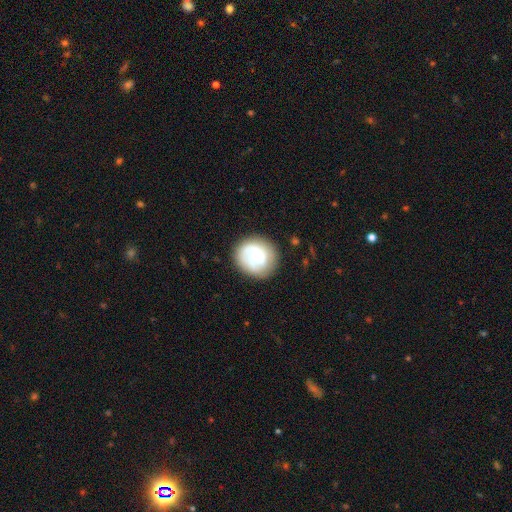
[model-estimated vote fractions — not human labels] A smooth galaxy with no disk features (51%) that is round (84%). Merging: none (73%).